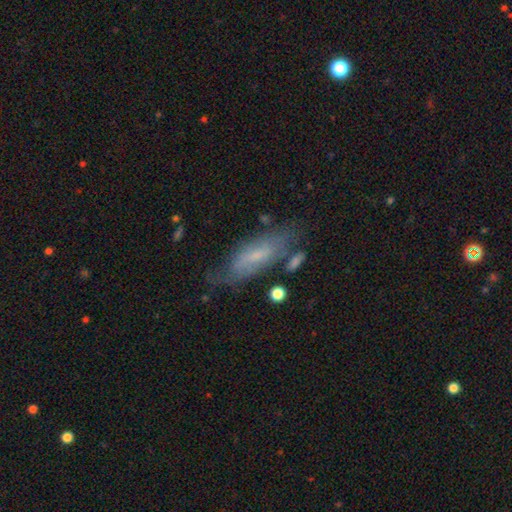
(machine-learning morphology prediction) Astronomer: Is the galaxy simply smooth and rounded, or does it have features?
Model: featured or disk — 47% (runner-up: smooth, 45%).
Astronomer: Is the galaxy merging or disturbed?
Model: none — 60%.